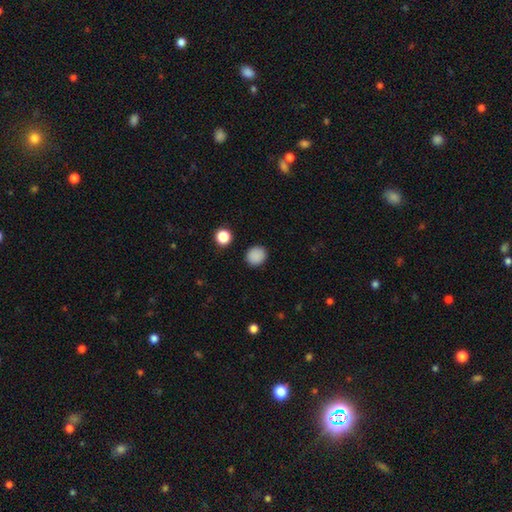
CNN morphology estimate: Smooth or featured? Predicted: smooth (p=0.87). How rounded? Predicted: round (p=0.81). Merging? Predicted: none (p=0.90).